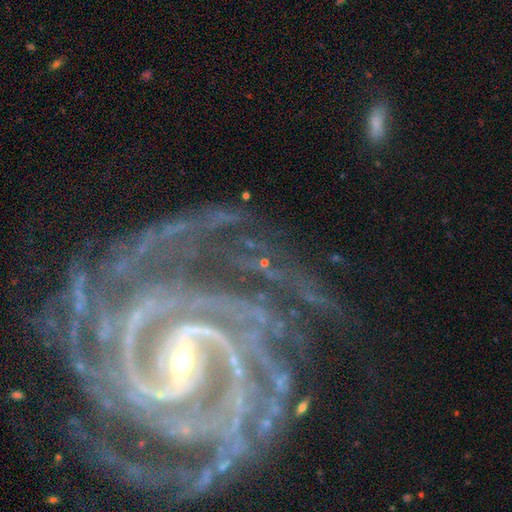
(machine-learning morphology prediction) Smooth or featured?
  - featured or disk: 93% *
  - star or artifact: 5%
  - smooth: 2%
Edge-on disk?
  - no: 98% *
  - yes: 2%
Bar?
  - strong: 52% *
  - weak: 35%
  - no: 13%
Spiral arms?
  - yes: 99% *
  - no: 1%
Spiral winding?
  - tight: 72% *
  - medium: 25%
  - loose: 4%
Spiral arm count?
  - 2: 27% *
  - 4: 19%
  - 3: 18%
  - more than 4: 14%
  - can't tell: 13%
  - 1: 9%
Bulge size?
  - small: 63% *
  - moderate: 33%
  - large: 2%
  - none: 1%
  - dominant: 1%
Merging?
  - none: 72% *
  - minor disturbance: 16%
  - major disturbance: 10%
  - merger: 2%